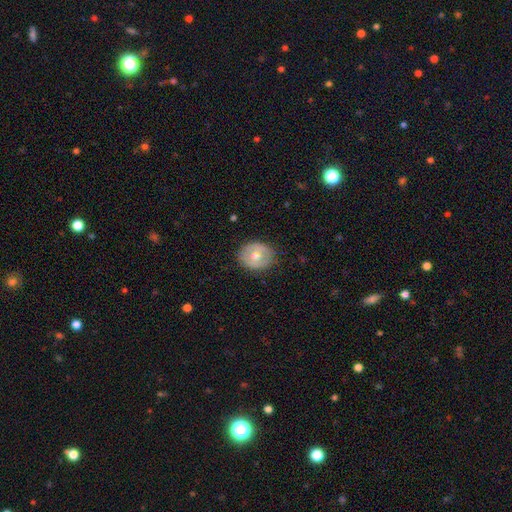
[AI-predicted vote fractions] A smooth galaxy with no disk features (56%) that is round (66%).

Vote fractions:
- Smooth or featured? smooth: 56% / featured or disk: 37% / star or artifact: 7%
- How rounded? round: 66% / in between: 33% / cigar-shaped: 1%
- Merging? none: 80% / minor disturbance: 15% / major disturbance: 4% / merger: 1%